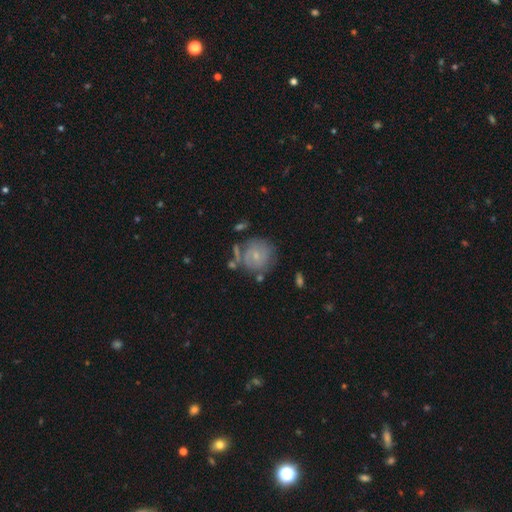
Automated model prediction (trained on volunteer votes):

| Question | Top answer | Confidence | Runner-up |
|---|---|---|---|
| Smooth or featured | featured or disk | 49% | smooth (41%) |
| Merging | none | 61% | minor disturbance (19%) |